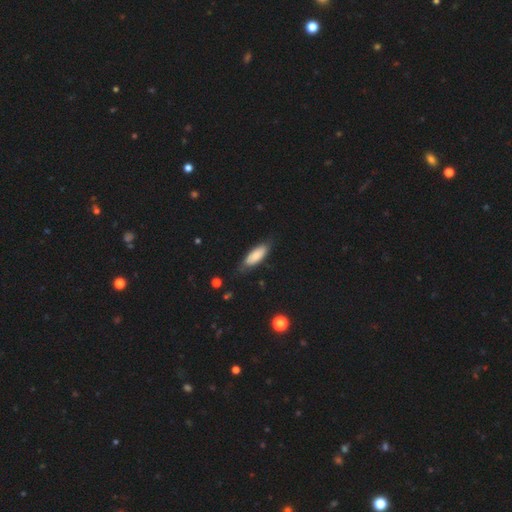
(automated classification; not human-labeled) smooth_or_featured: smooth (p=0.81) [alt: featured or disk p=0.13]
how_rounded: in between (p=0.66) [alt: cigar-shaped p=0.33]
merging: none (p=0.76) [alt: minor disturbance p=0.19]